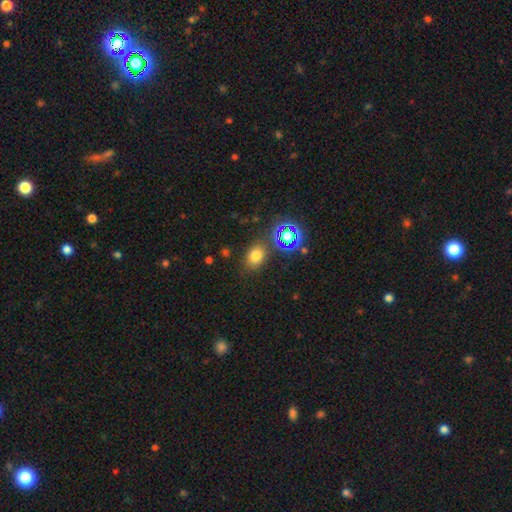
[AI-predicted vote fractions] This is likely a smooth galaxy (70%). How rounded: possibly in between (59%). Merging: likely none (78%).